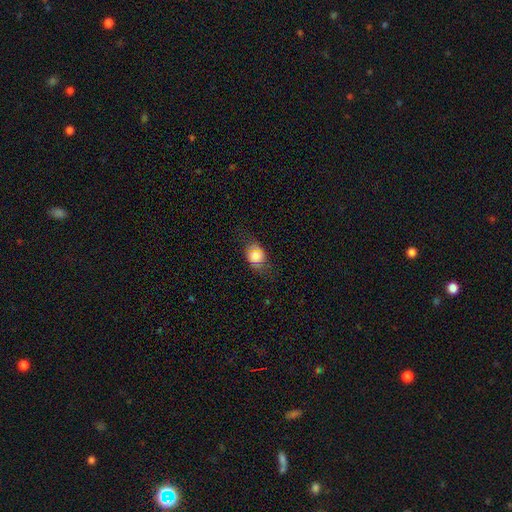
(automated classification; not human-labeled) Smooth or featured?
  - smooth: 70% *
  - featured or disk: 19%
  - star or artifact: 11%
How rounded?
  - in between: 57% *
  - round: 41%
  - cigar-shaped: 2%
Merging?
  - none: 65% *
  - minor disturbance: 22%
  - major disturbance: 11%
  - merger: 1%